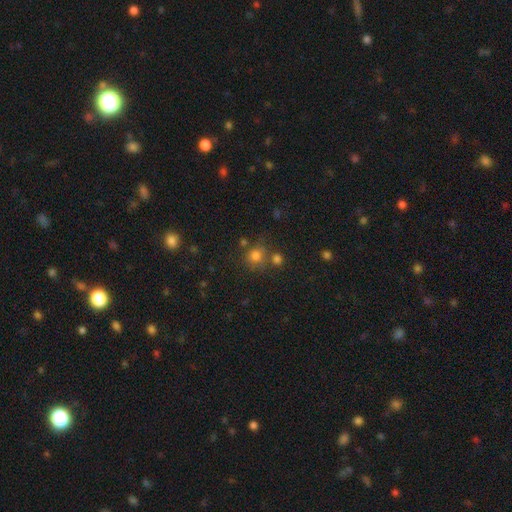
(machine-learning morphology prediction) smooth-or-featured: smooth: 75% | star or artifact: 17% | featured or disk: 8%
  how-rounded: round: 84% | in between: 15% | cigar-shaped: 1%
  merging: none: 61% | merger: 22% | minor disturbance: 12% | major disturbance: 5%